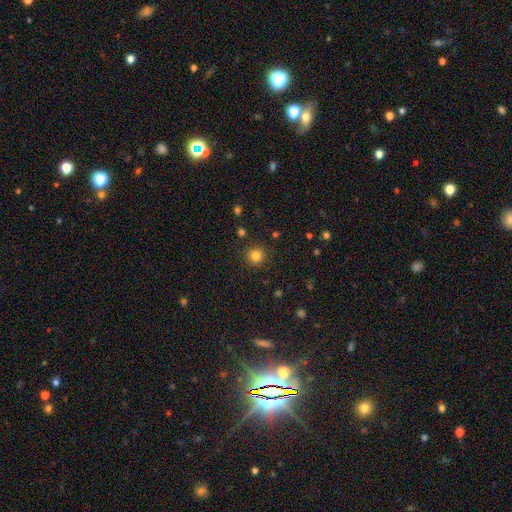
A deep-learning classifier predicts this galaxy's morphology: Q: Smooth or featured?
A: smooth (82%); runner-up: star or artifact (13%)
Q: How rounded?
A: round (93%); runner-up: in between (6%)
Q: Merging?
A: none (89%); runner-up: minor disturbance (7%)